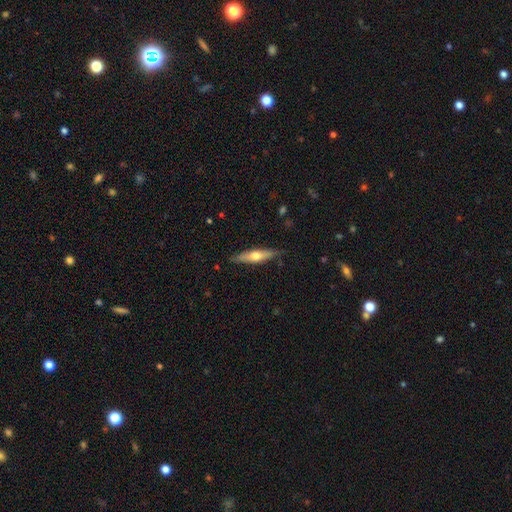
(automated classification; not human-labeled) Smooth or featured? featured or disk (49%)
Merging? none (85%)